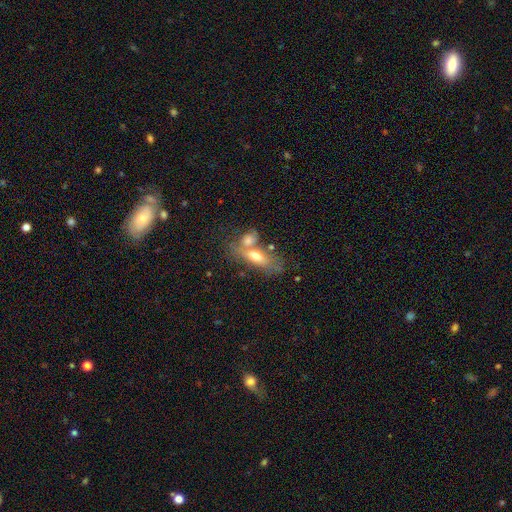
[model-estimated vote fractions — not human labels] Smooth or featured?
  - smooth: 58% *
  - featured or disk: 35%
  - star or artifact: 8%
How rounded?
  - in between: 65% *
  - cigar-shaped: 29%
  - round: 6%
Merging?
  - merger: 44% *
  - none: 36%
  - minor disturbance: 13%
  - major disturbance: 8%